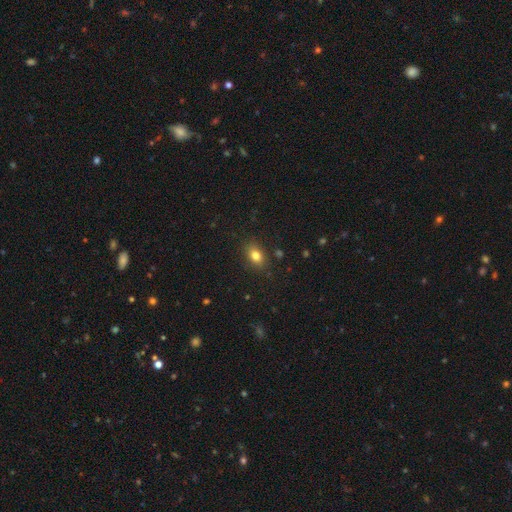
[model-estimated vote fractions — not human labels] Morphology: type=smooth (81%); roundness=in between (79%); merging=none (86%).